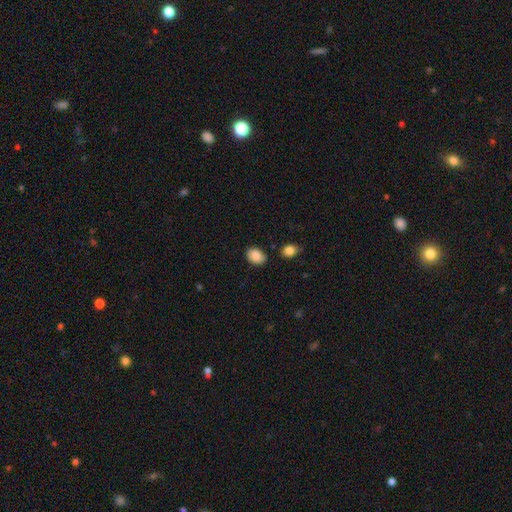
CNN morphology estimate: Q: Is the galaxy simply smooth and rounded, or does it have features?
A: smooth — 87%.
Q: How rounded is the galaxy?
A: in between — 75%.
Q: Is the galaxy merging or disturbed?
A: none — 80%.